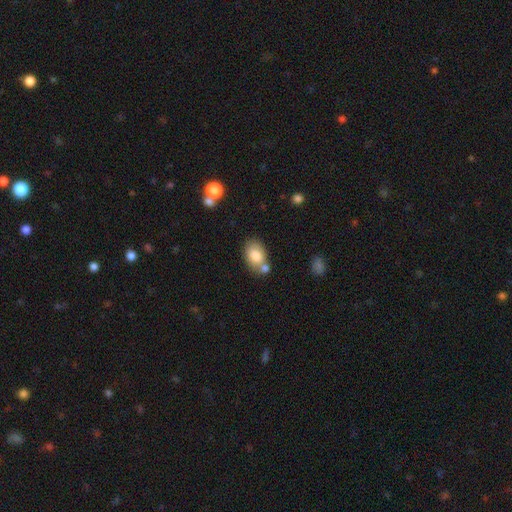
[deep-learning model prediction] smooth 79%, featured or disk 13%, star or artifact 8%. Down the decision tree: how rounded — in between (85%); merging — none (57%).